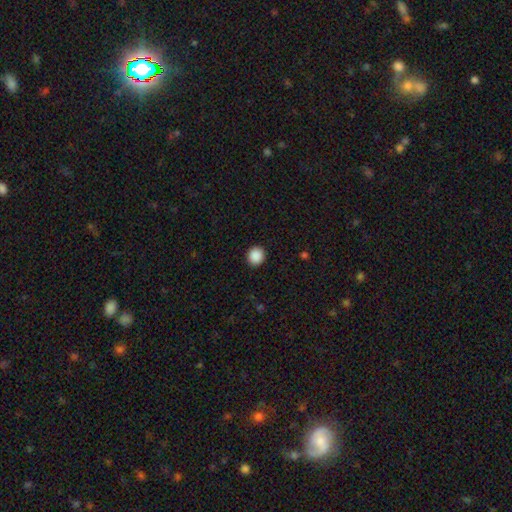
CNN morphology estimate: The model was most divided on "smooth or featured": smooth: 89%, star or artifact: 9%, featured or disk: 2%. More confident: merging — none (92%); how rounded — round (90%).